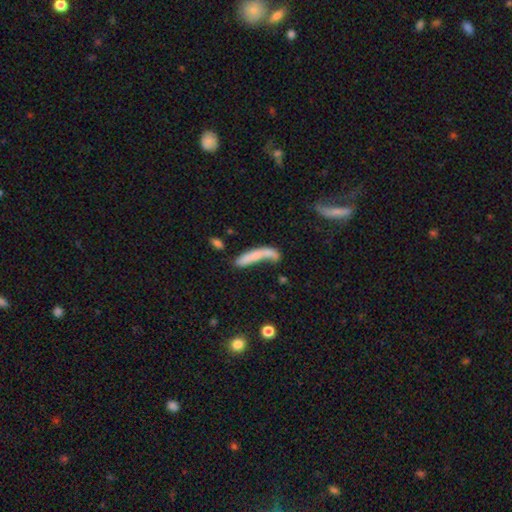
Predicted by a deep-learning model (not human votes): smooth 57%, featured or disk 33%, star or artifact 10%. Down the decision tree: how rounded — cigar-shaped (74%); merging — merger (36%).